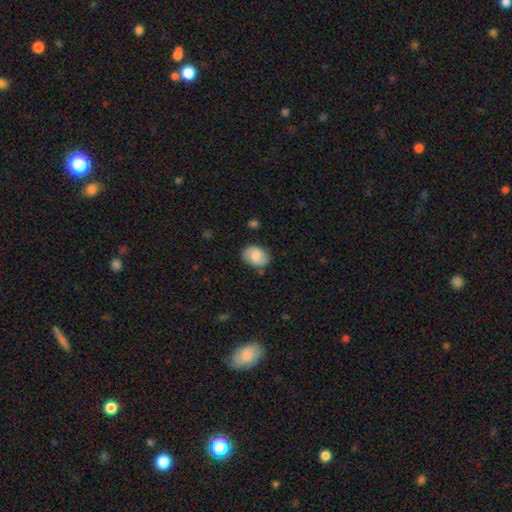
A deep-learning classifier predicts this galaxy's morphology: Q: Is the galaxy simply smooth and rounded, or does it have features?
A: smooth — 65%.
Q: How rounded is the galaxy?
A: in between — 70%.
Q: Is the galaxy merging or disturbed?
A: none — 76%.